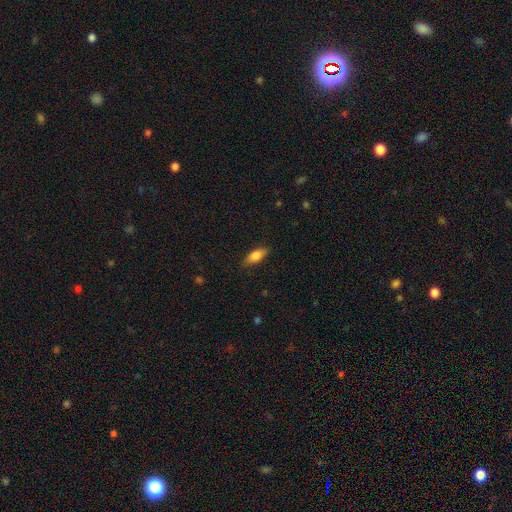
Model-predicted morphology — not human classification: The model was most divided on "how rounded": in between: 78%, cigar-shaped: 20%, round: 3%. More confident: merging — none (85%); smooth or featured — smooth (80%).